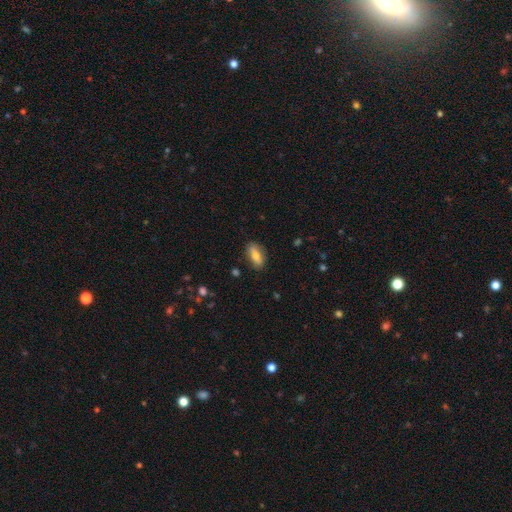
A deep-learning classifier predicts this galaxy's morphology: A smooth galaxy with no disk features (75%) that is in between round and cigar-shaped (79%).

Vote fractions:
- Smooth or featured? smooth: 75% / featured or disk: 18% / star or artifact: 7%
- How rounded? in between: 79% / cigar-shaped: 18% / round: 3%
- Merging? none: 82% / minor disturbance: 13% / major disturbance: 3% / merger: 1%